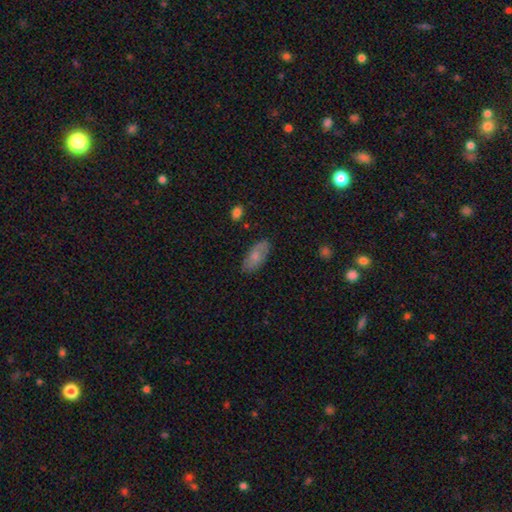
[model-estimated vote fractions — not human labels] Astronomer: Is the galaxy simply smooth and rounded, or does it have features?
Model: smooth — 69%.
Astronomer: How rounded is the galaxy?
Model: in between — 90%.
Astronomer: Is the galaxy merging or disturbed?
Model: none — 80%.